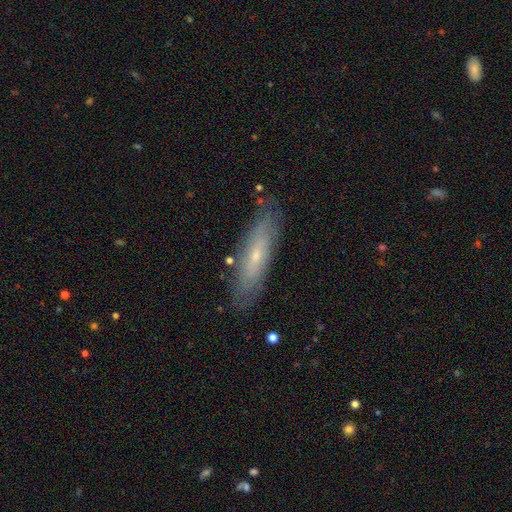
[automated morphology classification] This appears to be a featured or disk galaxy (49%). Merging: none (82%).